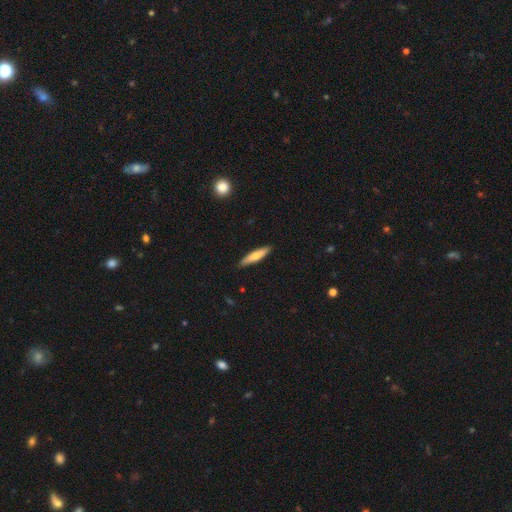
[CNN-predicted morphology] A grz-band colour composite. It shows a smooth galaxy with no disk features (68%) that is cigar-shaped (86%). Merging: none (88%).